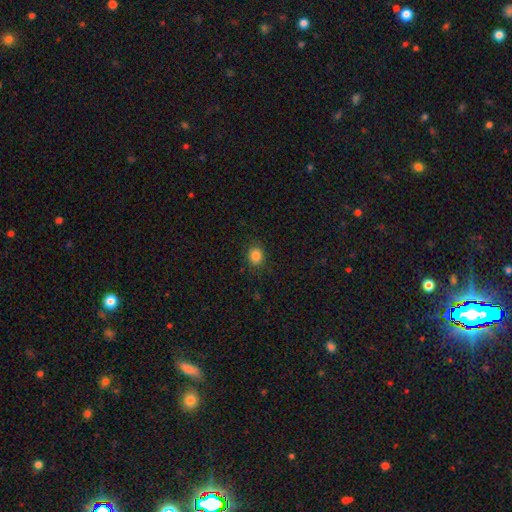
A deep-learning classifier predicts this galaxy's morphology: The model was most divided on "how rounded": round: 71%, in between: 28%, cigar-shaped: 1%. More confident: merging — none (86%); smooth or featured — smooth (84%).